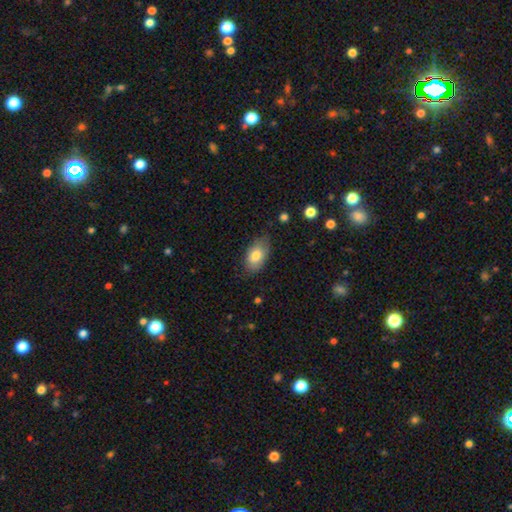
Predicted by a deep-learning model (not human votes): Smooth or featured?
  - smooth: 79% *
  - featured or disk: 14%
  - star or artifact: 7%
How rounded?
  - in between: 92% *
  - round: 6%
  - cigar-shaped: 2%
Merging?
  - none: 73% *
  - minor disturbance: 21%
  - major disturbance: 4%
  - merger: 1%